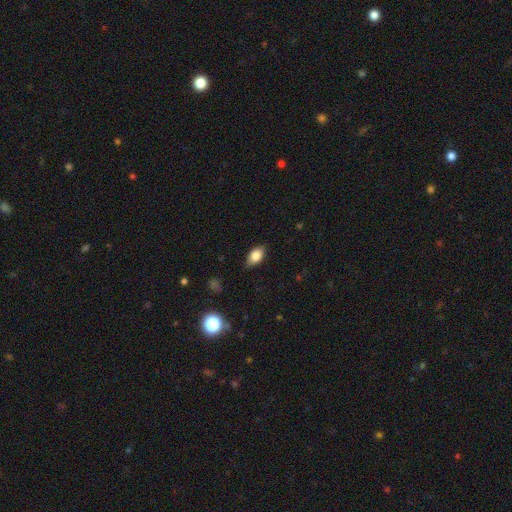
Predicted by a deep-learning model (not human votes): A smooth galaxy with no disk features (79%) that is in between round and cigar-shaped (86%).

Vote fractions:
- Smooth or featured? smooth: 79% / featured or disk: 13% / star or artifact: 8%
- How rounded? in between: 86% / round: 10% / cigar-shaped: 4%
- Merging? none: 80% / minor disturbance: 16% / major disturbance: 3% / merger: 1%